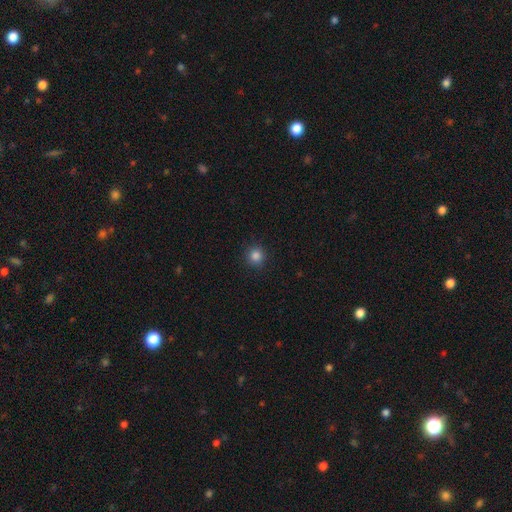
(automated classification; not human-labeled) A smooth galaxy with no disk features (84%) that is round (94%). Merging: none (91%).